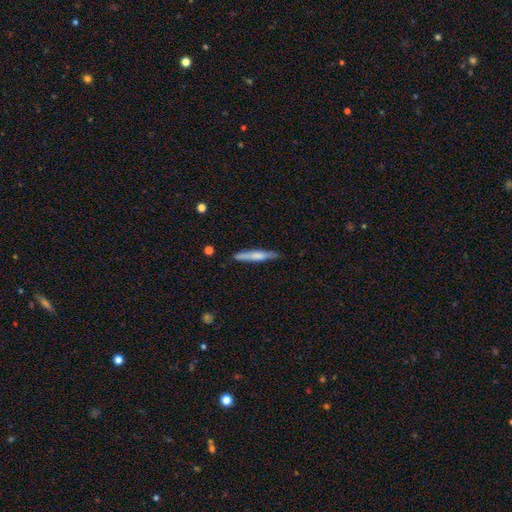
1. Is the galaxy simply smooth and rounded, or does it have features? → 60% smooth, 32% featured or disk, 8% star or artifact.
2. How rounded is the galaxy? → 100% cigar-shaped, 0% round, 0% in between.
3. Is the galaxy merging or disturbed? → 78% none, 19% minor disturbance, 3% merger, 0% major disturbance.